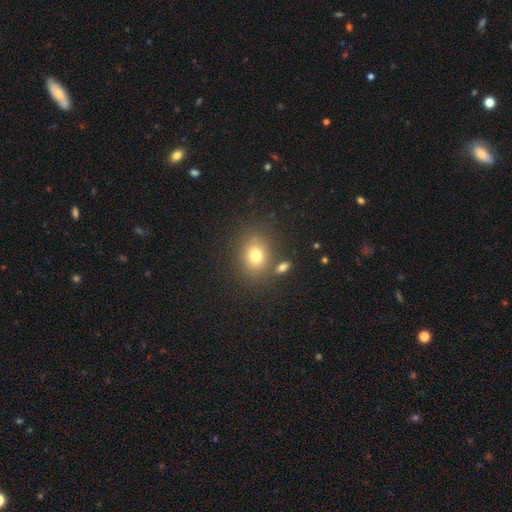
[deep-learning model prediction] smooth 76%, star or artifact 14%, featured or disk 11%. Down the decision tree: how rounded — round (61%); merging — none (74%).